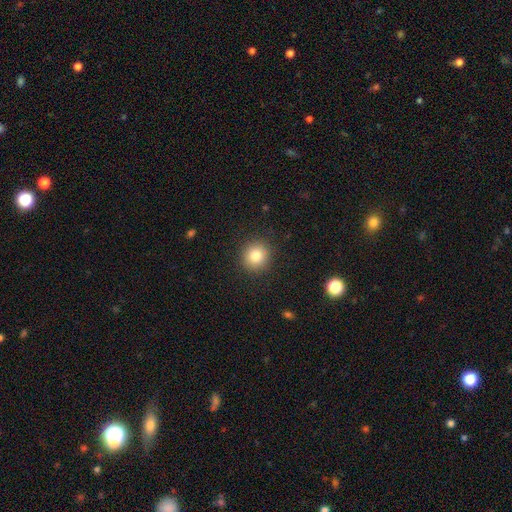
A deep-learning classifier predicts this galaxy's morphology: A smooth galaxy with no disk features (81%) that is round (89%).

Vote fractions:
- Smooth or featured? smooth: 81% / star or artifact: 11% / featured or disk: 8%
- How rounded? round: 89% / in between: 10% / cigar-shaped: 1%
- Merging? none: 91% / minor disturbance: 6% / major disturbance: 2% / merger: 1%